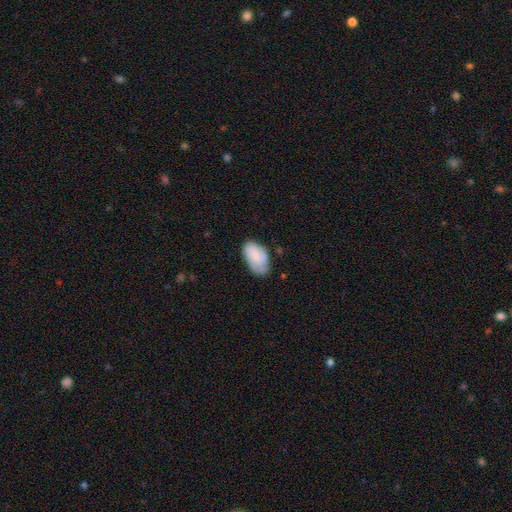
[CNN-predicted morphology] Smooth or featured? smooth (59%)
How rounded? in between (93%)
Merging? none (63%)